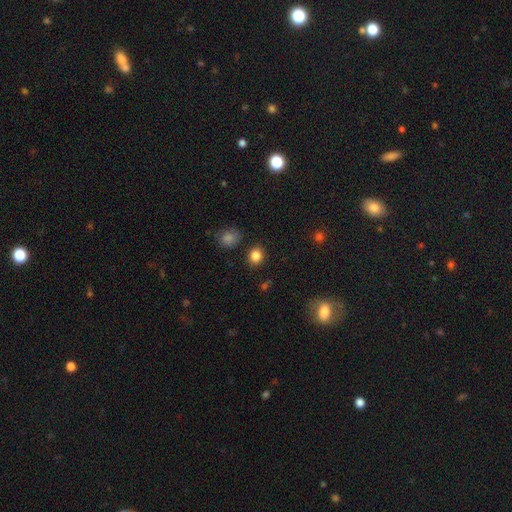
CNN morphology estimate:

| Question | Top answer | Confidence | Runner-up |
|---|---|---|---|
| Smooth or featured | smooth | 85% | star or artifact (11%) |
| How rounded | round | 69% | in between (30%) |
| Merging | none | 87% | minor disturbance (8%) |